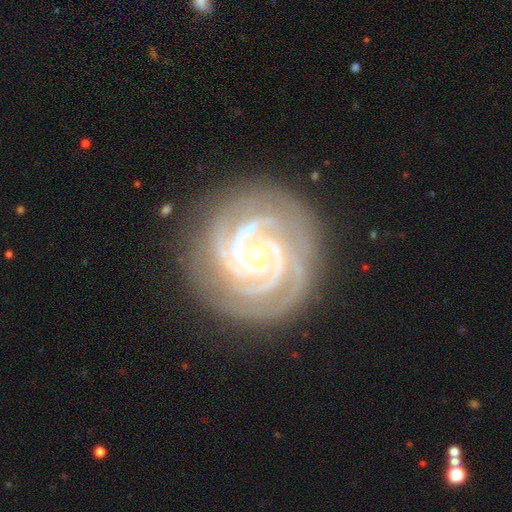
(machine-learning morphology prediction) A featured or disk galaxy (92%) with no bar (64%), 3 (38%) tight (83%) spiral arms (99%) and a small central bulge (72%).

Vote fractions:
- Smooth or featured? featured or disk: 92% / star or artifact: 5% / smooth: 3%
- Edge-on disk? no: 98% / yes: 2%
- Bar? no: 64% / weak: 22% / strong: 14%
- Spiral arms? yes: 99% / no: 1%
- Spiral winding? tight: 83% / medium: 16% / loose: 2%
- Spiral arm count? 3: 38% / 2: 29% / 4: 13% / can't tell: 8% / more than 4: 6% / 1: 5%
- Bulge size? small: 72% / moderate: 25% / large: 1% / none: 1% / dominant: 1%
- Merging? none: 82% / minor disturbance: 13% / major disturbance: 4% / merger: 1%